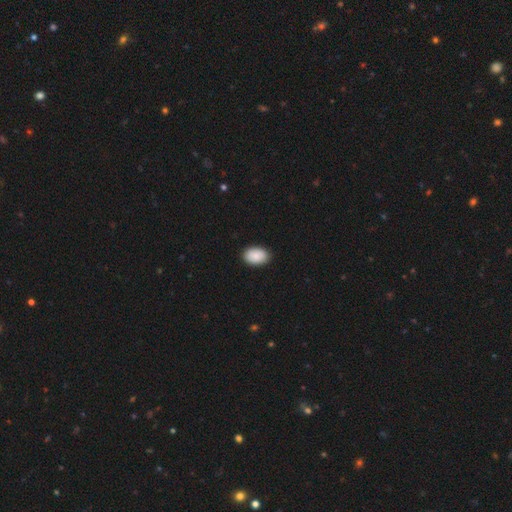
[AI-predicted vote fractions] Smooth or featured? Predicted: smooth (p=0.90). How rounded? Predicted: in between (p=0.89). Merging? Predicted: none (p=0.89).